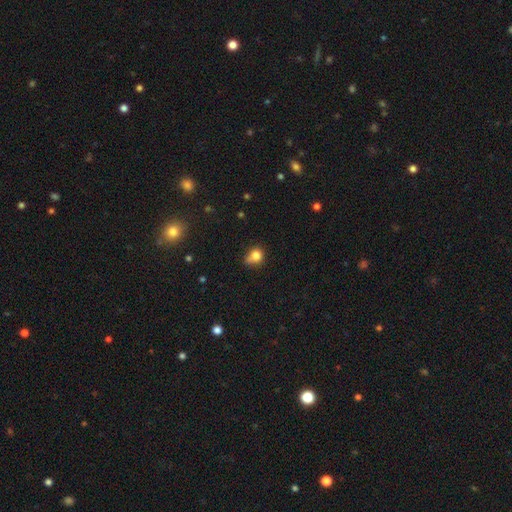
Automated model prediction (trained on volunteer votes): smooth_or_featured: smooth (p=0.79) [alt: star or artifact p=0.12]
how_rounded: round (p=0.66) [alt: in between p=0.33]
merging: none (p=0.49) [alt: minor disturbance p=0.33]